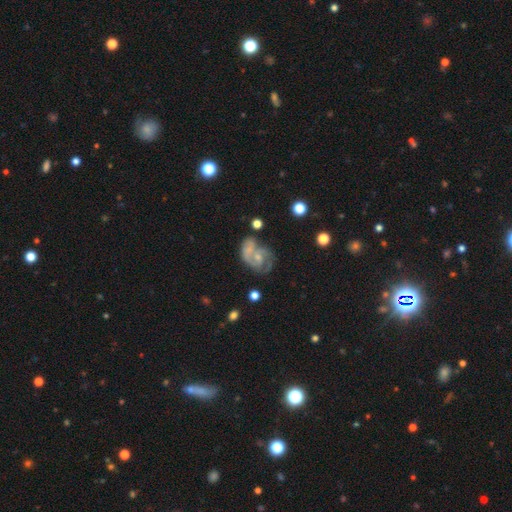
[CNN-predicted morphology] smooth-or-featured: featured or disk: 73% | smooth: 18% | star or artifact: 9%
  disk-edge-on: no: 98% | yes: 2%
    bar: no: 61% | weak: 33% | strong: 7%
    has-spiral-arms: yes: 83% | no: 17%
      spiral-winding: medium: 46% | tight: 35% | loose: 19%
      spiral-arm-count: 2: 50% | can't tell: 21% | 3: 14% | 1: 9% | 4: 3% | more than 4: 3%
    bulge-size: small: 58% | moderate: 30% | none: 9% | large: 2% | dominant: 1%
  merging: none: 40% | major disturbance: 21% | minor disturbance: 20% | merger: 19%